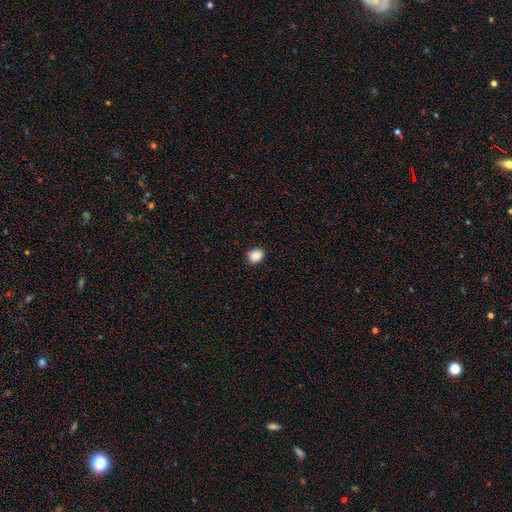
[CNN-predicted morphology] Q: Smooth or featured?
A: smooth (89%); runner-up: star or artifact (9%)
Q: How rounded?
A: round (57%); runner-up: in between (42%)
Q: Merging?
A: none (89%); runner-up: minor disturbance (8%)